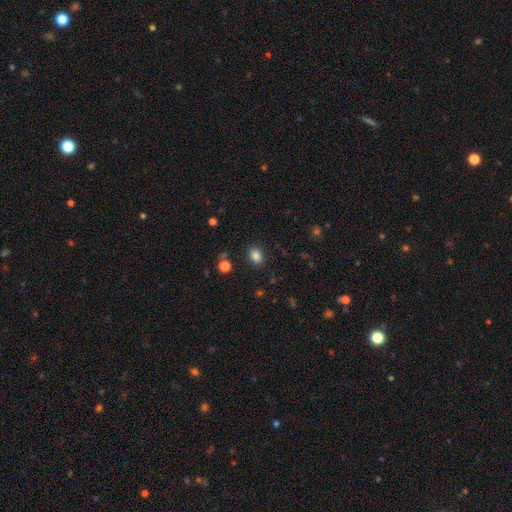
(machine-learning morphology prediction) Q: Smooth or featured?
A: smooth (83%); runner-up: star or artifact (12%)
Q: How rounded?
A: in between (52%); runner-up: round (47%)
Q: Merging?
A: none (86%); runner-up: minor disturbance (9%)